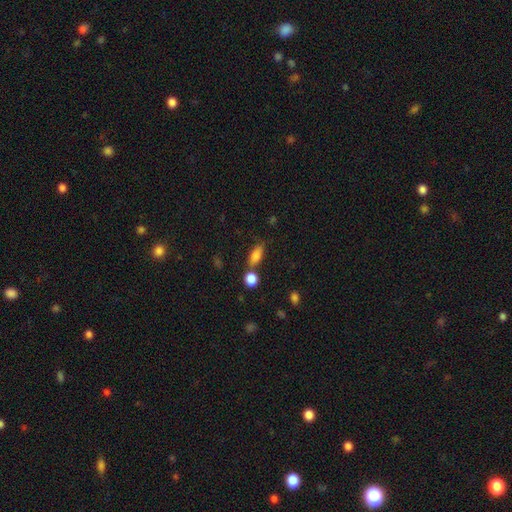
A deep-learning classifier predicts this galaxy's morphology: smooth-or-featured: smooth: 82% | star or artifact: 9% | featured or disk: 9%
  how-rounded: in between: 77% | cigar-shaped: 17% | round: 7%
  merging: none: 62% | minor disturbance: 17% | merger: 16% | major disturbance: 5%